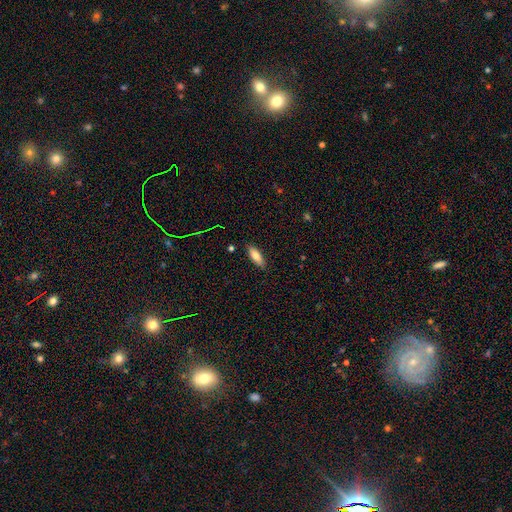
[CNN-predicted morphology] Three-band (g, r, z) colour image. It shows a smooth galaxy with no disk features (77%) that is in between round and cigar-shaped (65%). Merging: none (86%).